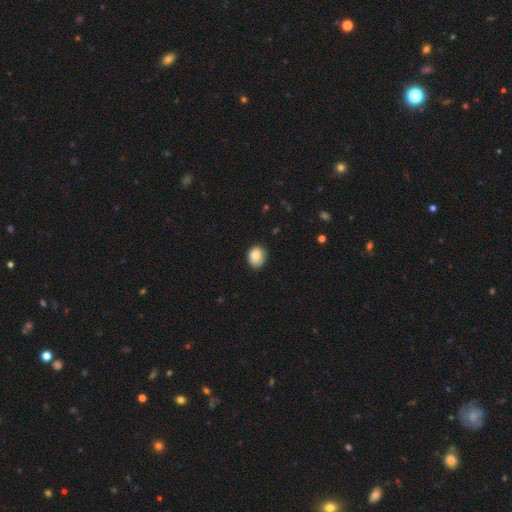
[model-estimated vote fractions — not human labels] Morphology: type=smooth (82%); roundness=round (55%); merging=none (81%).